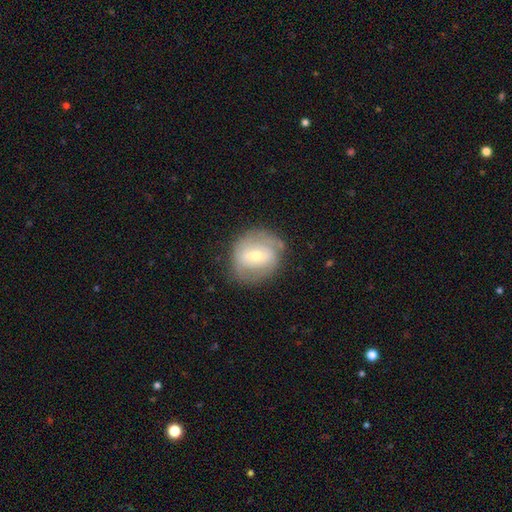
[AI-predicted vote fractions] Q: Smooth or featured?
A: featured or disk (58%); runner-up: smooth (35%)
Q: Edge-on disk?
A: no (96%); runner-up: yes (4%)
Q: Bar?
A: weak (44%); runner-up: no (35%)
Q: Spiral arms?
A: yes (65%); runner-up: no (35%)
Q: Bulge size?
A: moderate (55%); runner-up: small (40%)
Q: Merging?
A: none (72%); runner-up: minor disturbance (19%)